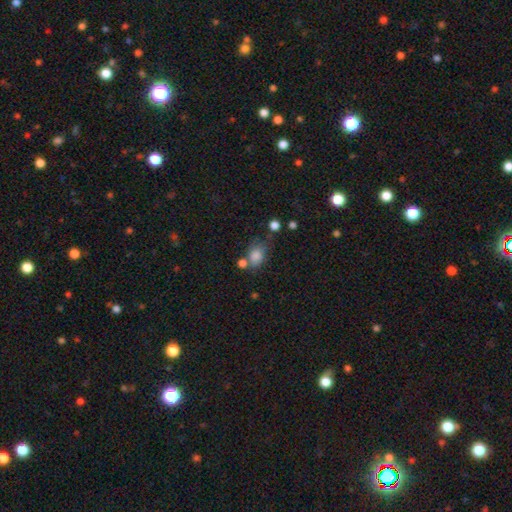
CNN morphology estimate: Smooth or featured?
  - smooth: 80% *
  - star or artifact: 11%
  - featured or disk: 9%
How rounded?
  - in between: 66% *
  - round: 32%
  - cigar-shaped: 2%
Merging?
  - none: 48% *
  - minor disturbance: 22%
  - merger: 20%
  - major disturbance: 10%